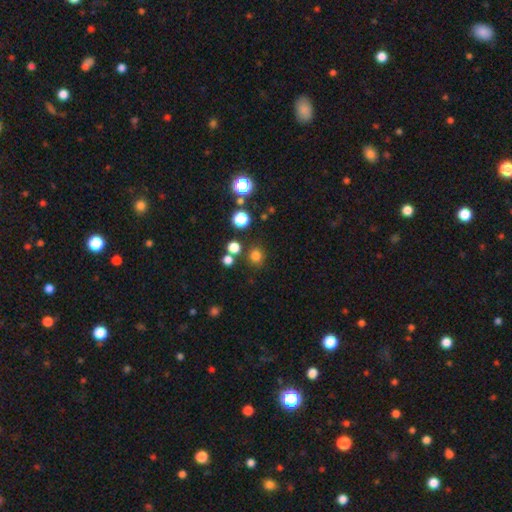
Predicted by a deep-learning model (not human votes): smooth-or-featured: smooth: 76% | star or artifact: 19% | featured or disk: 5%
  how-rounded: round: 88% | in between: 11% | cigar-shaped: 1%
  merging: none: 82% | minor disturbance: 8% | merger: 7% | major disturbance: 3%